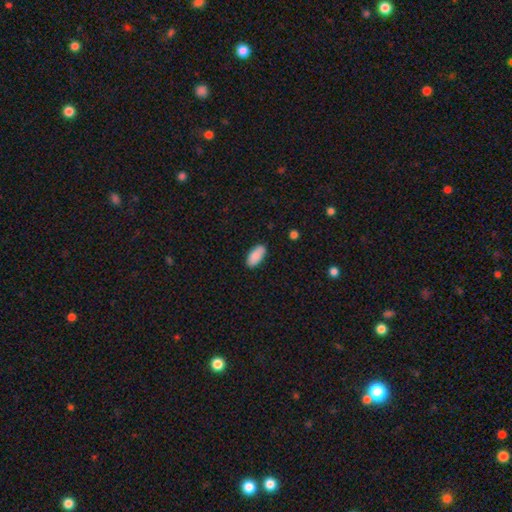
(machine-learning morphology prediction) Smooth or featured? smooth (88%)
How rounded? in between (92%)
Merging? none (83%)